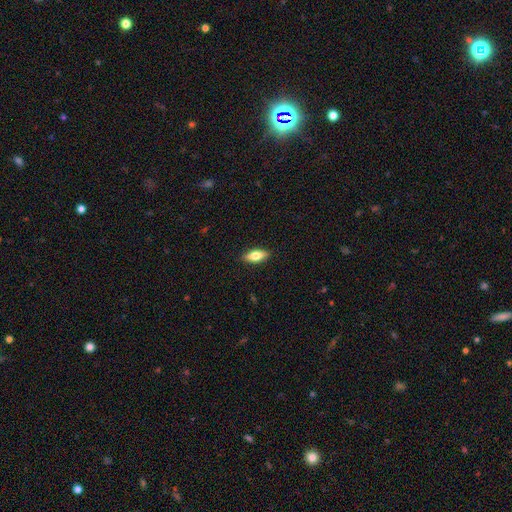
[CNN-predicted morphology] smooth-or-featured: smooth: 69% | featured or disk: 25% | star or artifact: 7%
  how-rounded: in between: 76% | cigar-shaped: 21% | round: 3%
  merging: none: 89% | minor disturbance: 8% | major disturbance: 2% | merger: 1%